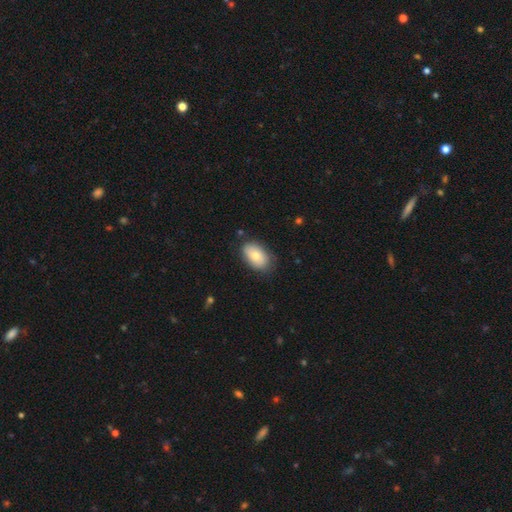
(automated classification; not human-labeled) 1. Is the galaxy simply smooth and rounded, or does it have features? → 73% smooth, 20% featured or disk, 7% star or artifact.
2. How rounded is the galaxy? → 91% in between, 7% round, 1% cigar-shaped.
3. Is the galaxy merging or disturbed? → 77% none, 18% minor disturbance, 4% major disturbance, 1% merger.